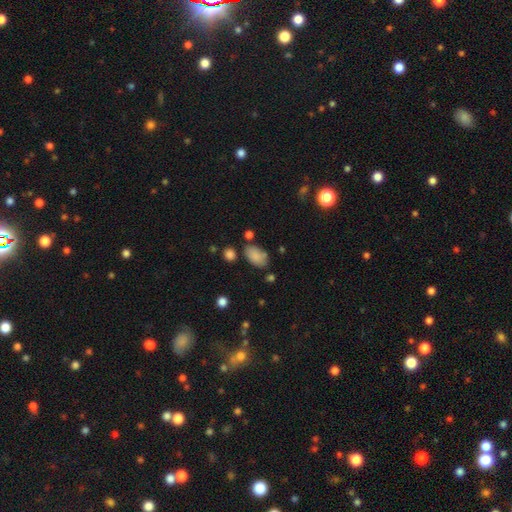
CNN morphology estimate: This is clearly a smooth galaxy (84%). How rounded: clearly in between (91%). Merging: likely none (67%).